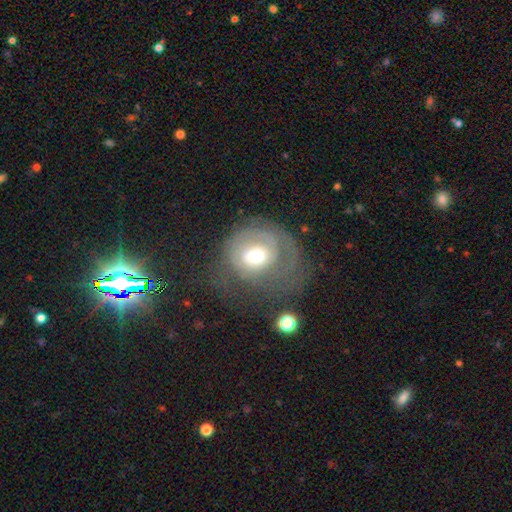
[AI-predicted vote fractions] featured or disk 55%, smooth 36%, star or artifact 8%. Down the decision tree: edge-on disk — no (96%); bar — no (71%); spiral arms — yes (60%); bulge size — moderate (65%); merging — major disturbance (38%, tied with none).